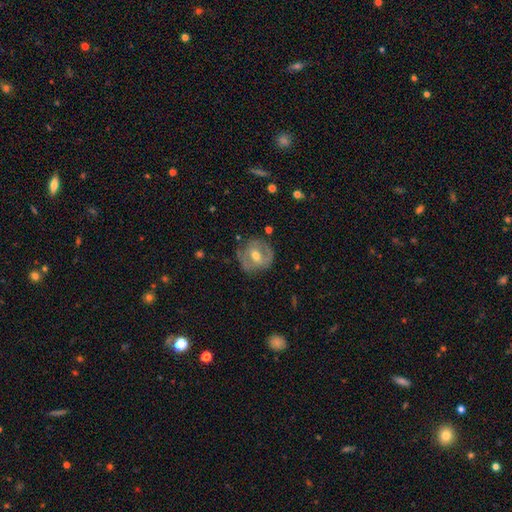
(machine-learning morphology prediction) Smooth or featured? Predicted: featured or disk (p=0.62). Edge-on disk? Predicted: no (p=0.96). Bar? Predicted: weak (p=0.43). Spiral arms? Predicted: yes (p=0.52). Bulge size? Predicted: moderate (p=0.75). Merging? Predicted: none (p=0.74).